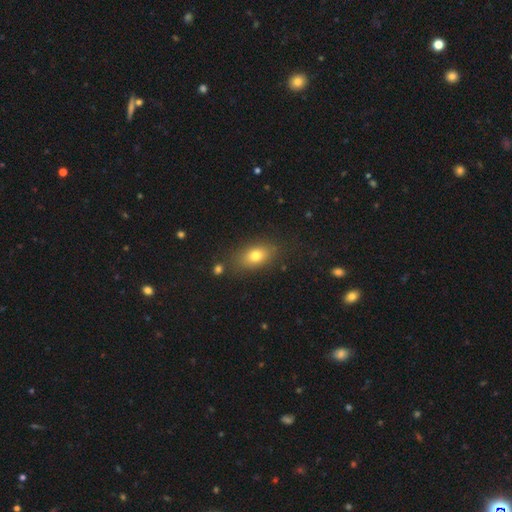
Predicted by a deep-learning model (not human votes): Overall: smooth (76%). How rounded: in between (80%). Merging: none (80%).